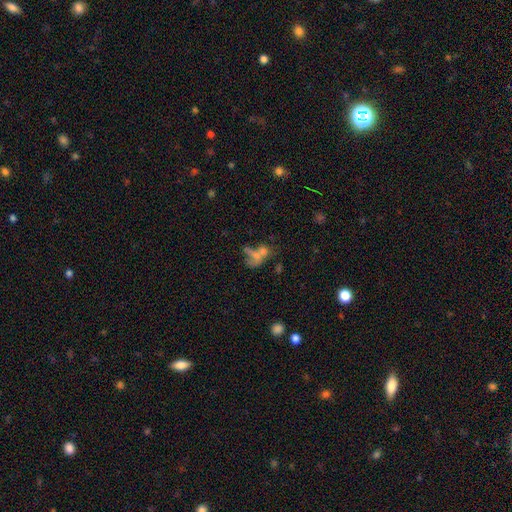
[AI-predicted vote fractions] Overall: smooth (48%; featured or disk 31%). Merging: merger (43%; none 24%).